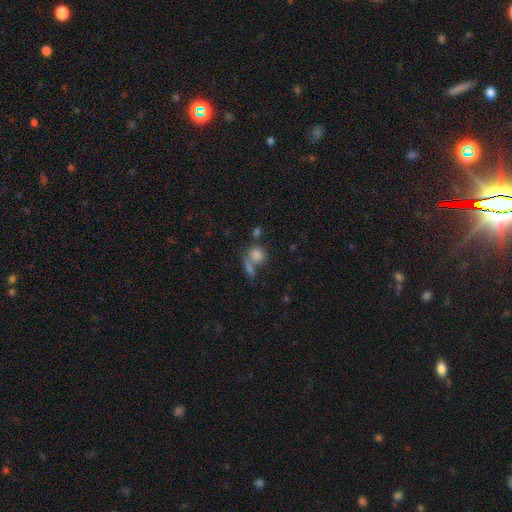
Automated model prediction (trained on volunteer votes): Smooth or featured? smooth (78%)
How rounded? round (74%)
Merging? none (44%)